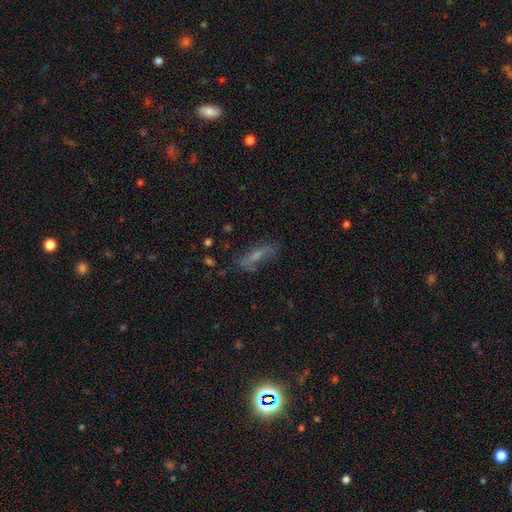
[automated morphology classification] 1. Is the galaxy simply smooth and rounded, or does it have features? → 47% smooth, 39% featured or disk, 15% star or artifact.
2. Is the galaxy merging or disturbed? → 59% none, 23% minor disturbance, 14% major disturbance, 4% merger.